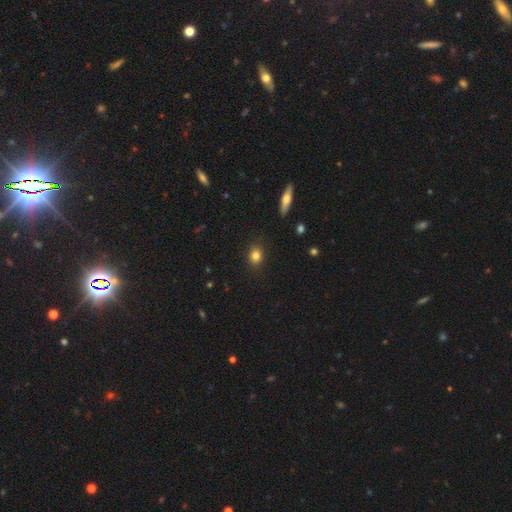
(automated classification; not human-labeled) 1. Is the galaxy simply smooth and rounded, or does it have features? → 82% smooth, 11% star or artifact, 7% featured or disk.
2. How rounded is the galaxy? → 56% round, 42% in between, 2% cigar-shaped.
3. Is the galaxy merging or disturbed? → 87% none, 10% minor disturbance, 2% major disturbance, 1% merger.